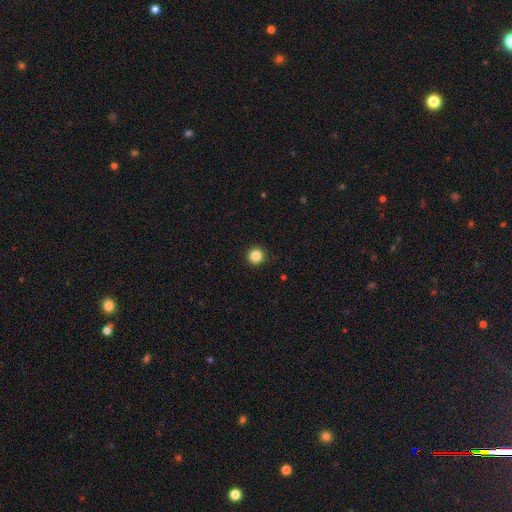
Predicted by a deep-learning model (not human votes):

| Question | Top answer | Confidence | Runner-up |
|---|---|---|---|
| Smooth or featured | smooth | 86% | star or artifact (11%) |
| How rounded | round | 96% | in between (3%) |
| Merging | none | 93% | minor disturbance (4%) |